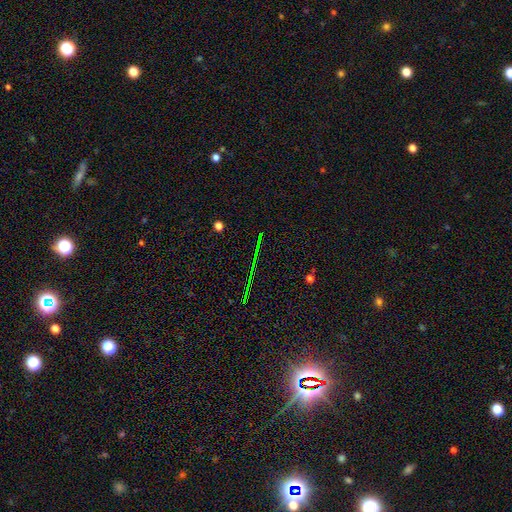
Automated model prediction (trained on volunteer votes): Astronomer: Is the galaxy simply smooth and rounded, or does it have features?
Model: star or artifact — 78%.